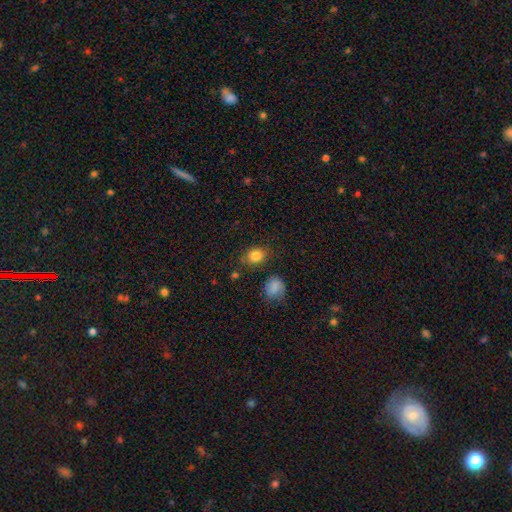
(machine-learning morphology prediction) The model was most divided on "how rounded": round: 56%, in between: 42%, cigar-shaped: 1%. More confident: smooth or featured — smooth (82%); merging — none (75%).